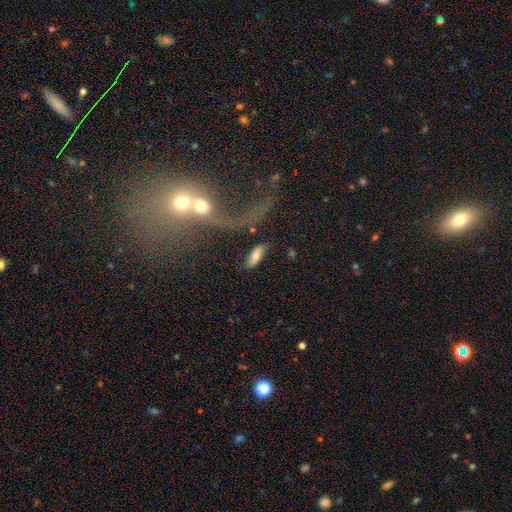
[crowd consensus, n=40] smooth 68%, featured or disk 30%, star or artifact 2%. Down the decision tree: how rounded — in between (70%); merging — none (72%).